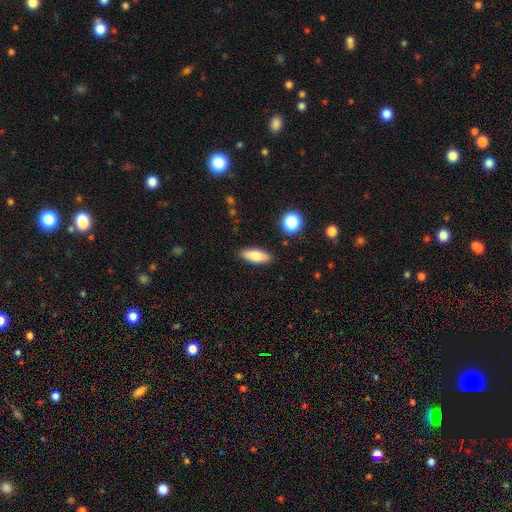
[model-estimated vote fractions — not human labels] A smooth galaxy with no disk features (80%) that is in between round and cigar-shaped (61%). Merging: none (87%).